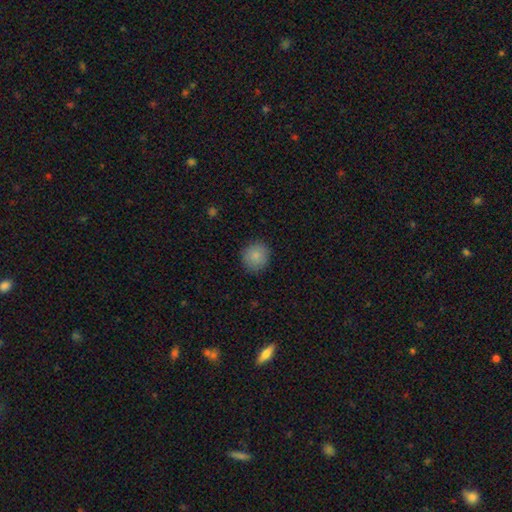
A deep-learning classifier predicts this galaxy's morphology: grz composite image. It shows a smooth galaxy with no disk features (86%) that is round (89%). Merging: none (87%).